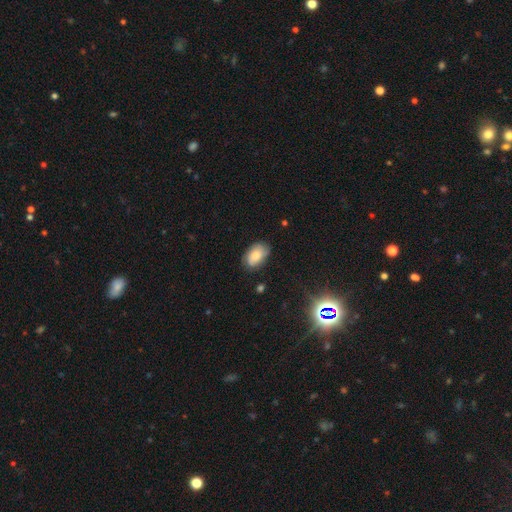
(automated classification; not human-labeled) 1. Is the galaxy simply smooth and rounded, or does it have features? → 78% smooth, 14% featured or disk, 8% star or artifact.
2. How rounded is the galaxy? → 92% in between, 7% round, 1% cigar-shaped.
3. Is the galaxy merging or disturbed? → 73% none, 21% minor disturbance, 4% major disturbance, 2% merger.